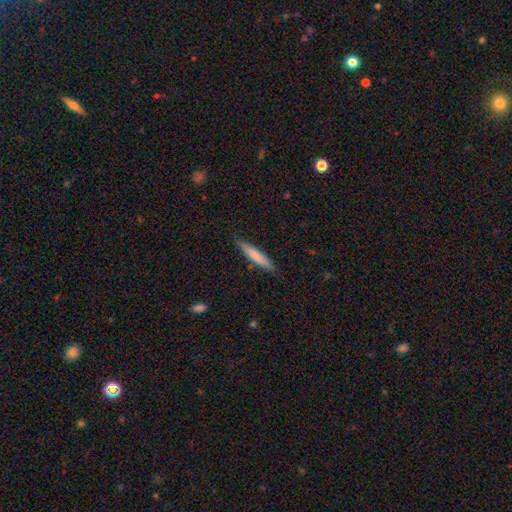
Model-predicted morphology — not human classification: Overall: smooth (71%). How rounded: cigar-shaped (91%). Merging: none (85%).